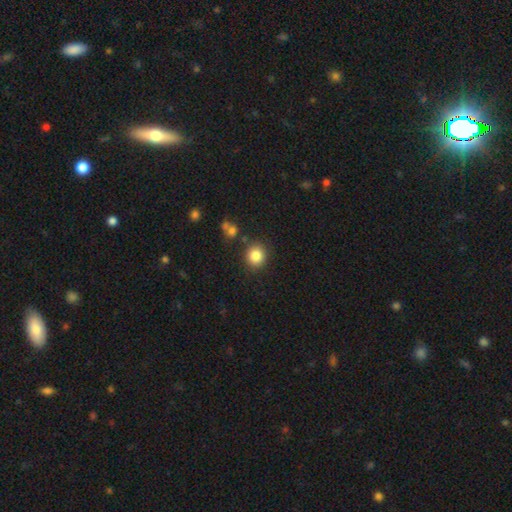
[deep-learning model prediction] smooth_or_featured: smooth (p=0.85) [alt: star or artifact p=0.10]
how_rounded: round (p=0.86) [alt: in between p=0.14]
merging: none (p=0.85) [alt: minor disturbance p=0.08]